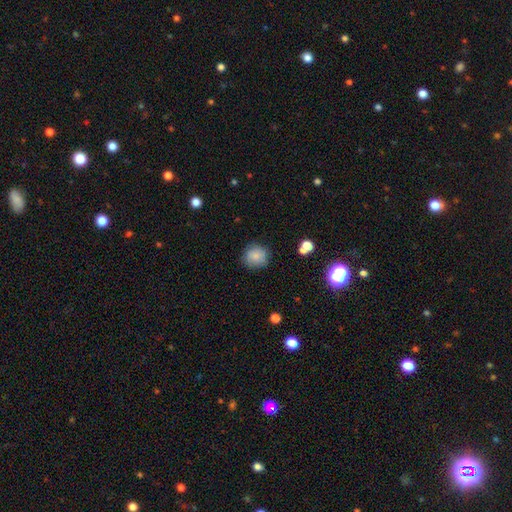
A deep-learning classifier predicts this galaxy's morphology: The model was most divided on "merging": none: 82%, minor disturbance: 13%, major disturbance: 3%, merger: 2%. More confident: how rounded — round (90%); smooth or featured — smooth (82%).